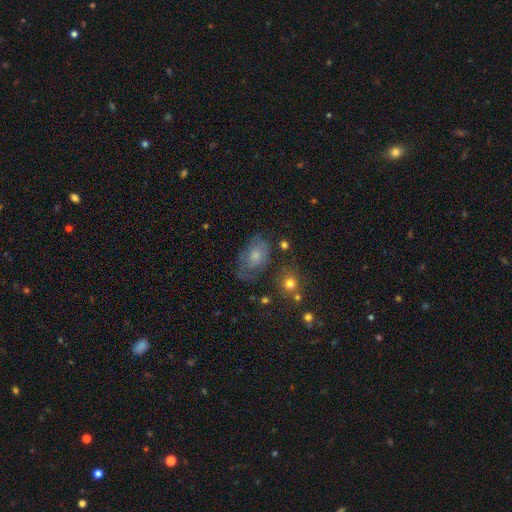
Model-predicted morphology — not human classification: A smooth galaxy with no disk features (55%) that is in between round and cigar-shaped (82%).

Vote fractions:
- Smooth or featured? smooth: 55% / featured or disk: 34% / star or artifact: 11%
- How rounded? in between: 82% / round: 17% / cigar-shaped: 2%
- Merging? none: 48% / minor disturbance: 28% / major disturbance: 19% / merger: 4%